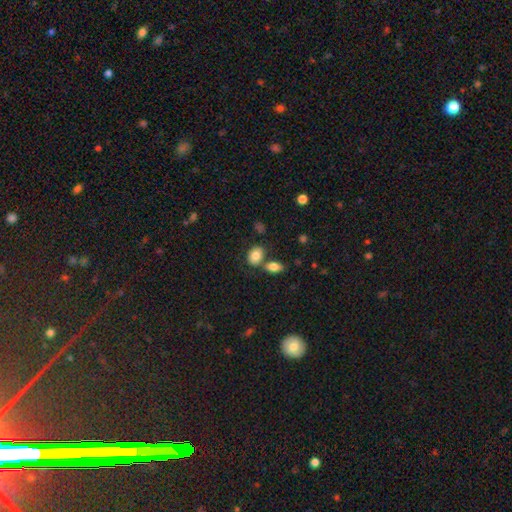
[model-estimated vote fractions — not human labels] This is clearly a smooth galaxy (83%). How rounded: likely in between (73%). Merging: possibly none (56%).